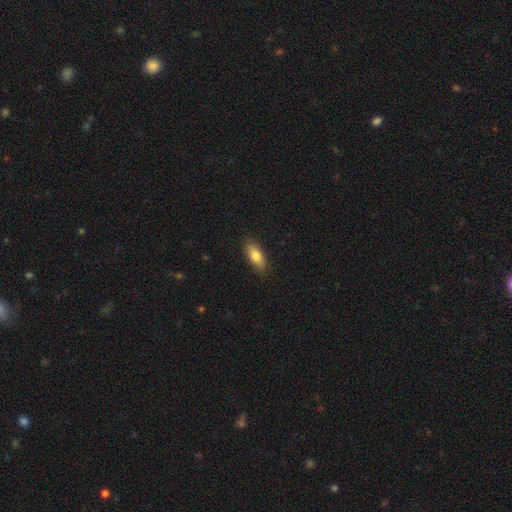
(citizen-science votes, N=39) Q: Smooth or featured?
A: smooth (82%); runner-up: featured or disk (13%)
Q: How rounded?
A: in between (62%); runner-up: cigar-shaped (28%)
Q: Merging?
A: none (89%); runner-up: minor disturbance (5%)